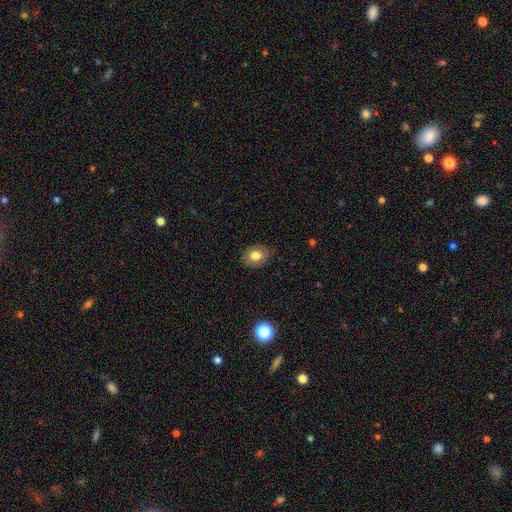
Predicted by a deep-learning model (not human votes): Q: Smooth or featured?
A: smooth (76%); runner-up: featured or disk (14%)
Q: How rounded?
A: in between (60%); runner-up: round (39%)
Q: Merging?
A: none (85%); runner-up: minor disturbance (11%)